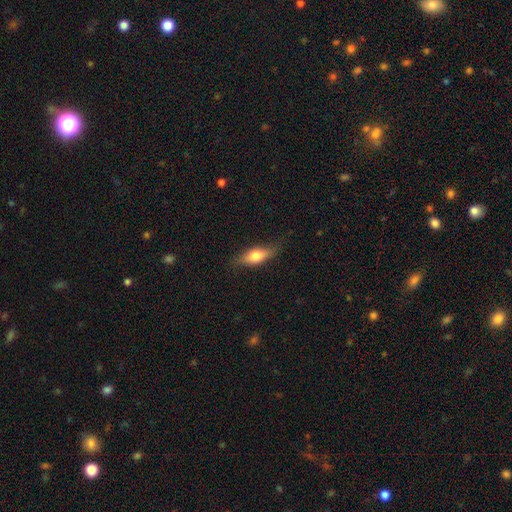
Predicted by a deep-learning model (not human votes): Smooth or featured? Predicted: smooth (p=0.65). How rounded? Predicted: in between (p=0.70). Merging? Predicted: none (p=0.75).